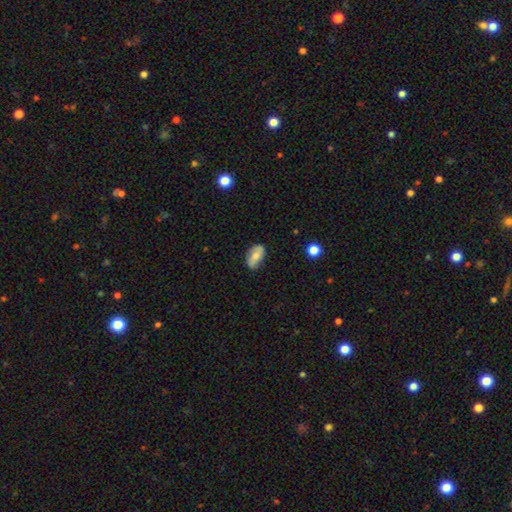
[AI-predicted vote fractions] This appears to be a smooth galaxy with no disk features (60%) that is in between round and cigar-shaped (90%). Merging: none (74%).